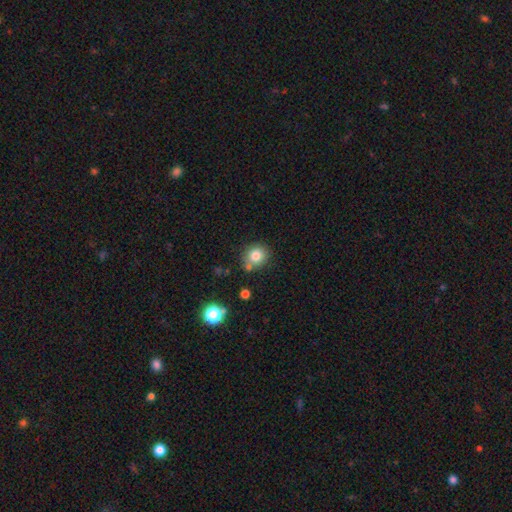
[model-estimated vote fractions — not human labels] Q: Smooth or featured?
A: smooth (80%); runner-up: star or artifact (12%)
Q: How rounded?
A: round (83%); runner-up: in between (16%)
Q: Merging?
A: none (72%); runner-up: merger (13%)